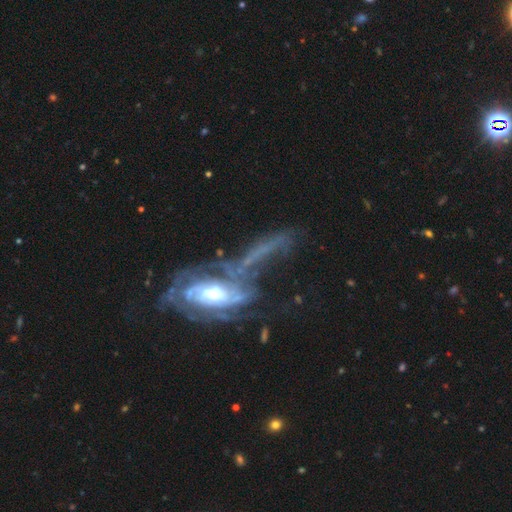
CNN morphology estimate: This is likely a featured or disk galaxy (72%). It is likely not viewed edge-on (78%). Bar: possibly no (55%). Spiral arm pattern: possibly yes (57%). Central bulge: possibly moderate (57%). Merging: marginally merger (40%).